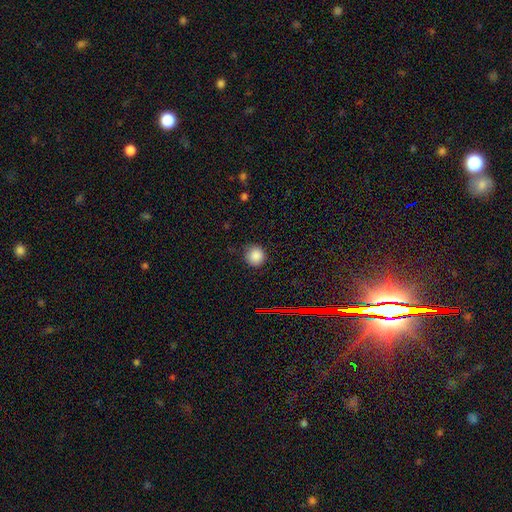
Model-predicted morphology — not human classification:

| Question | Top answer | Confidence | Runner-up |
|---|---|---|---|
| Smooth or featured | smooth | 84% | star or artifact (12%) |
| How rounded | round | 93% | in between (6%) |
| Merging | none | 84% | minor disturbance (12%) |